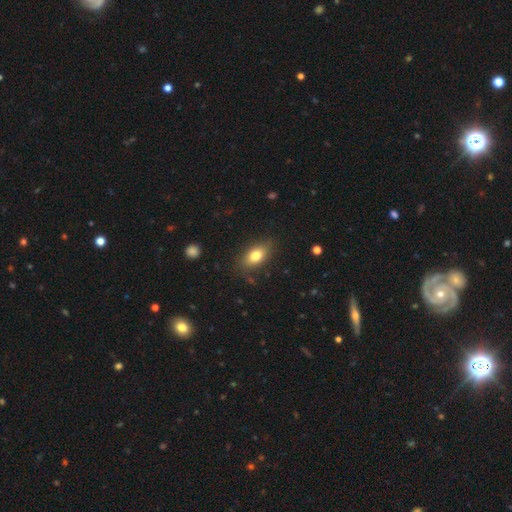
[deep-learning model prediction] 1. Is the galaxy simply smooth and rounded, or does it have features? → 78% smooth, 14% featured or disk, 8% star or artifact.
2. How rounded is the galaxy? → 85% in between, 9% round, 5% cigar-shaped.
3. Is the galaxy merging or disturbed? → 79% none, 15% minor disturbance, 4% major disturbance, 2% merger.